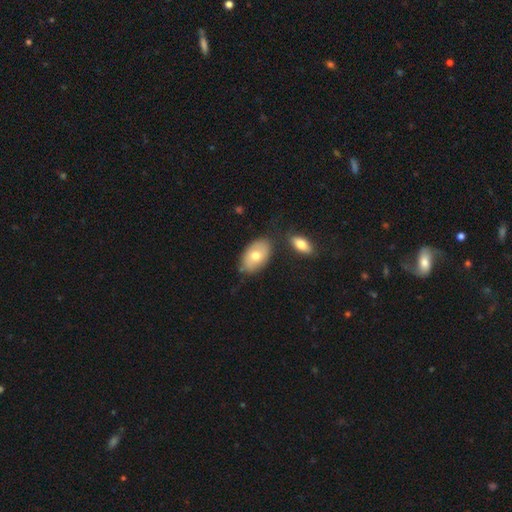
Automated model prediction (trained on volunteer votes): A smooth galaxy with no disk features (68%) that is in between round and cigar-shaped (91%). Merging: none (69%).